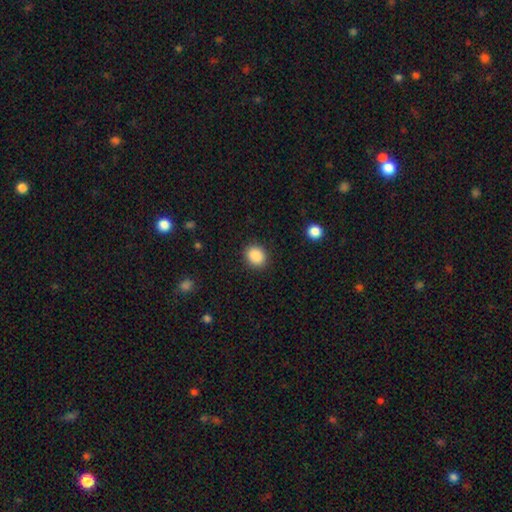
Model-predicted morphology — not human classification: Smooth or featured? Predicted: smooth (p=0.88). How rounded? Predicted: round (p=0.61). Merging? Predicted: none (p=0.89).